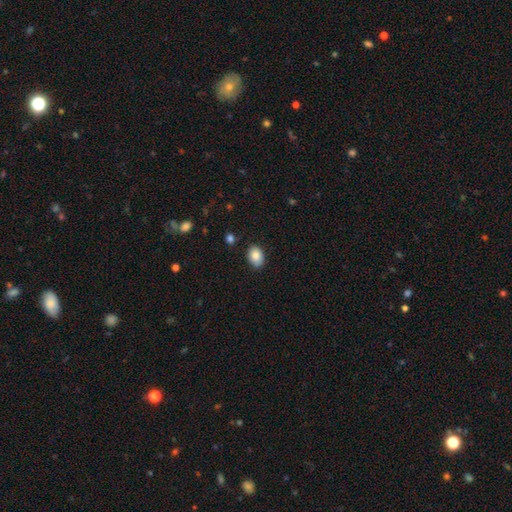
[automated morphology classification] Q: Smooth or featured?
A: smooth (85%); runner-up: star or artifact (8%)
Q: How rounded?
A: in between (79%); runner-up: round (20%)
Q: Merging?
A: none (85%); runner-up: minor disturbance (11%)